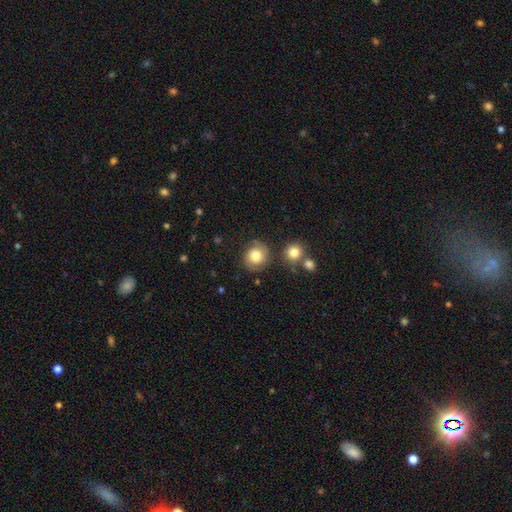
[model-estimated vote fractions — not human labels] Smooth or featured: smooth — 51% (featured or disk — 40%)
How rounded: round — 81% (in between — 19%)
Merging: none — 75% (minor disturbance — 15%)